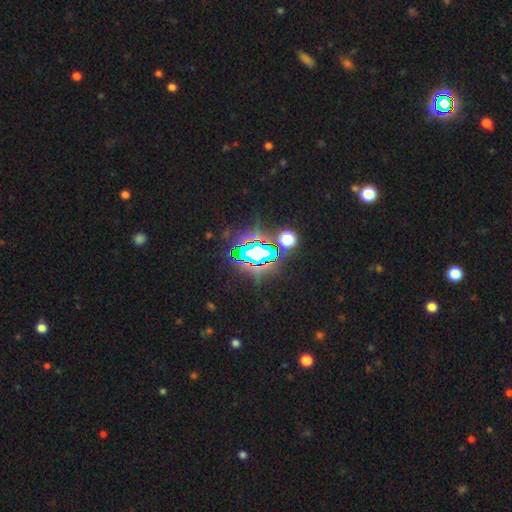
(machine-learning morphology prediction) A star or artifact, not a galaxy (75%).